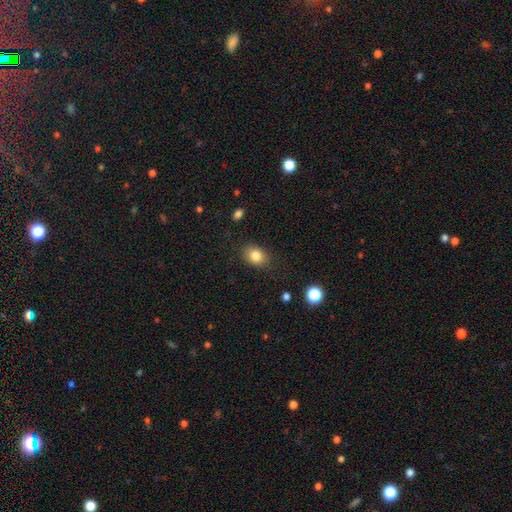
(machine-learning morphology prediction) Overall: smooth (83%). How rounded: in between (66%; round 33%). Merging: none (83%).